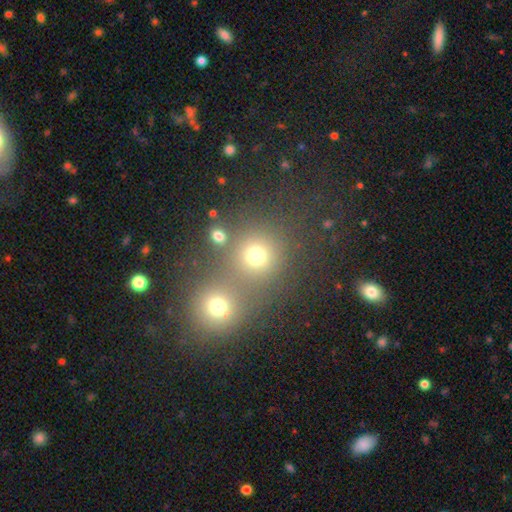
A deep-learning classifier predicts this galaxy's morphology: smooth_or_featured: smooth (p=0.73) [alt: star or artifact p=0.19]
how_rounded: round (p=0.85) [alt: in between p=0.13]
merging: none (p=0.50) [alt: merger p=0.40]